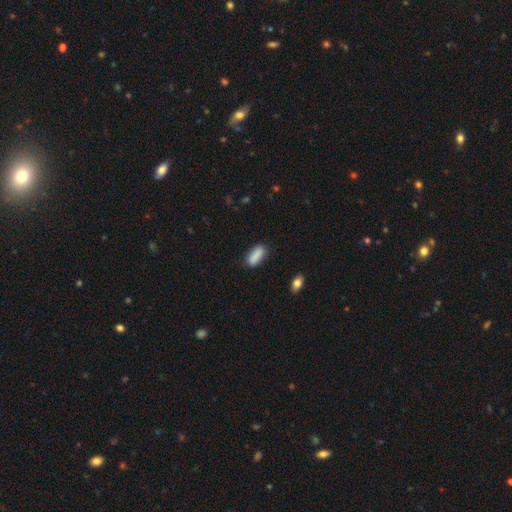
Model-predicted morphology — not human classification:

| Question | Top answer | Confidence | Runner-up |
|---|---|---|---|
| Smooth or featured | smooth | 88% | star or artifact (7%) |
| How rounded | in between | 69% | cigar-shaped (29%) |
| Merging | none | 83% | minor disturbance (12%) |